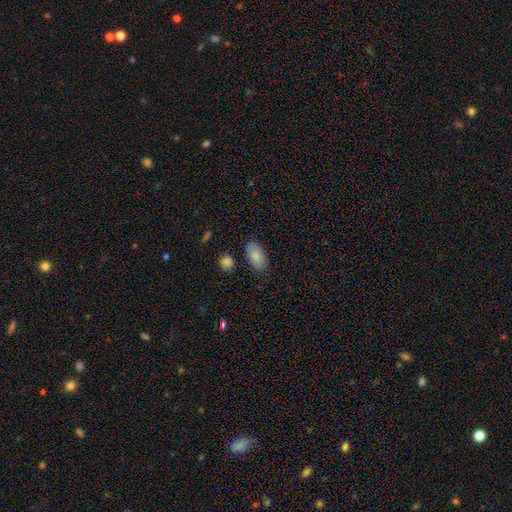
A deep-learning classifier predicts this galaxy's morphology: A smooth galaxy with no disk features (87%) that is in between round and cigar-shaped (93%).

Vote fractions:
- Smooth or featured? smooth: 87% / star or artifact: 7% / featured or disk: 6%
- How rounded? in between: 93% / round: 4% / cigar-shaped: 3%
- Merging? none: 82% / minor disturbance: 12% / major disturbance: 3% / merger: 3%